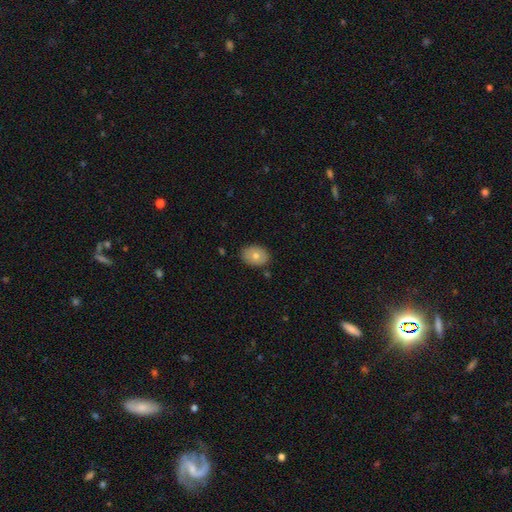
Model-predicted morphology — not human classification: This is likely a smooth galaxy (75%). How rounded: likely in between (75%). Merging: clearly none (83%).